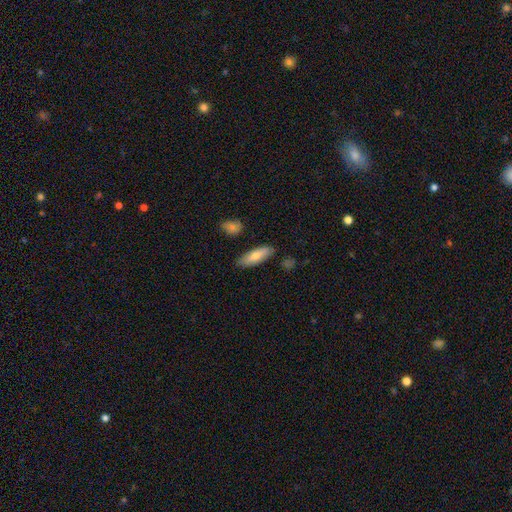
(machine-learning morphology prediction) A smooth galaxy with no disk features (70%) that is in between round and cigar-shaped (56%). Merging: none (84%).